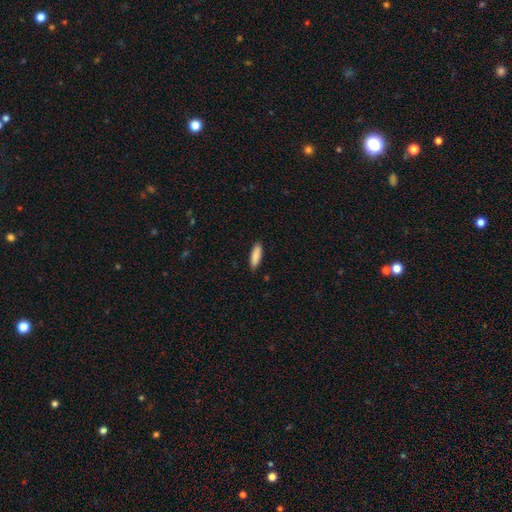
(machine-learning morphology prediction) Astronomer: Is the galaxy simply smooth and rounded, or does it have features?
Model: smooth — 89%.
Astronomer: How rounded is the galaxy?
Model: cigar-shaped — 50% (runner-up: in between, 48%).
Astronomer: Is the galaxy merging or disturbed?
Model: none — 87%.